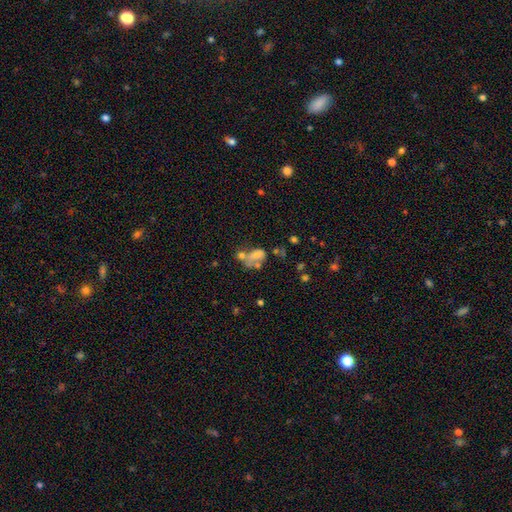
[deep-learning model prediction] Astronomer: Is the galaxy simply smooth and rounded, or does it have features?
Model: smooth — 54% (runner-up: featured or disk, 32%).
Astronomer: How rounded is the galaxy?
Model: in between — 78%.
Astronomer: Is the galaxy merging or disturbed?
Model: merger — 44% (runner-up: major disturbance, 21%).